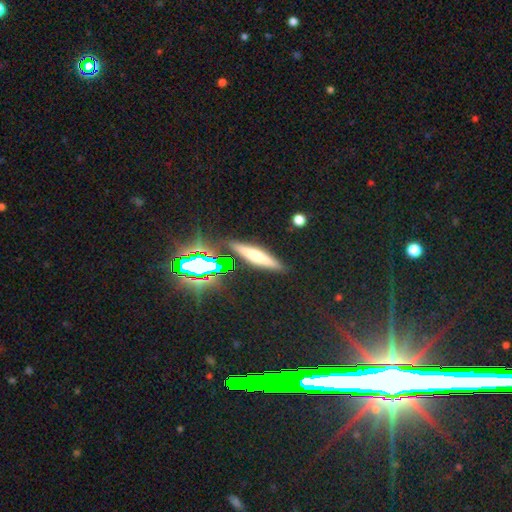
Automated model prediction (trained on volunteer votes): Smooth or featured: smooth — 48% (featured or disk — 36%)
Merging: none — 88% (minor disturbance — 8%)